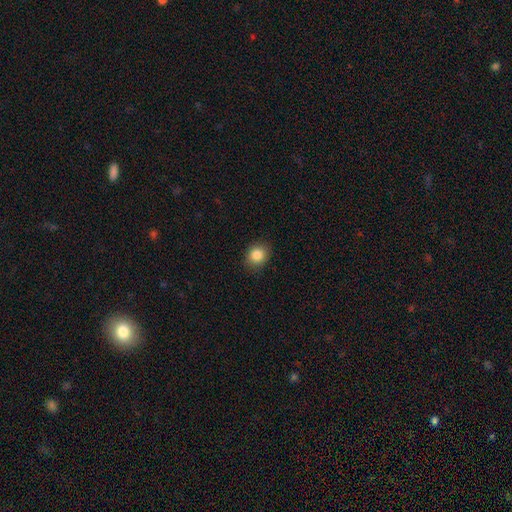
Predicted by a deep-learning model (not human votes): Smooth or featured: smooth — 85% (star or artifact — 10%)
How rounded: round — 70% (in between — 29%)
Merging: none — 88% (minor disturbance — 9%)